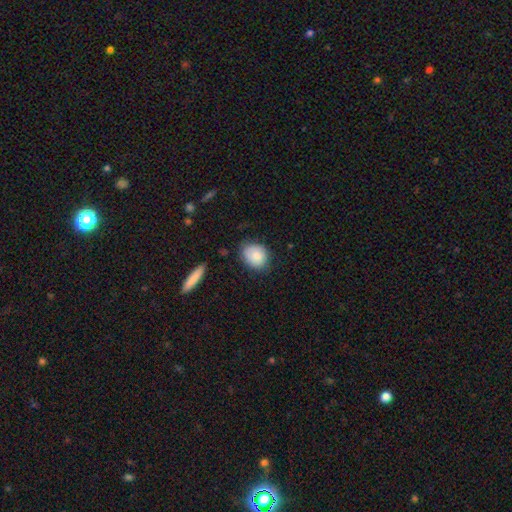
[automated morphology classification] The model was most divided on "how rounded": round: 53%, in between: 46%, cigar-shaped: 1%. More confident: smooth or featured — smooth (85%); merging — none (72%).